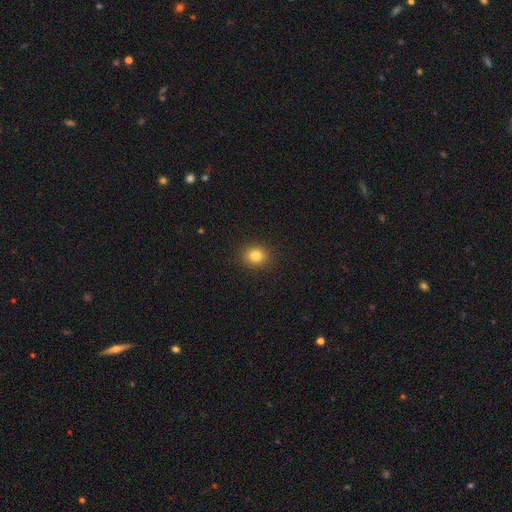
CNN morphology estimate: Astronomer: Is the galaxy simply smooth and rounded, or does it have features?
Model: smooth — 82%.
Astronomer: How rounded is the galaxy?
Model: round — 79%.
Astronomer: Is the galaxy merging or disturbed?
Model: none — 91%.